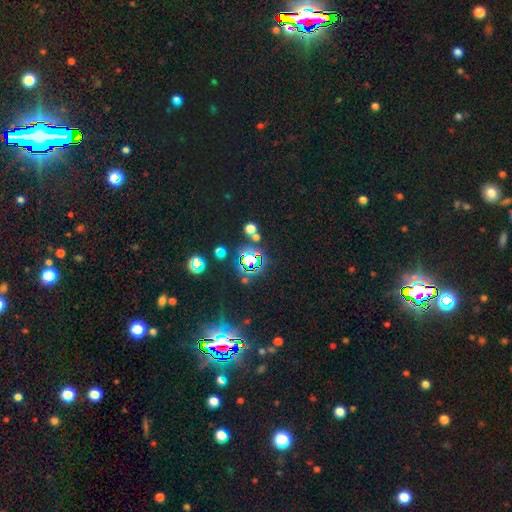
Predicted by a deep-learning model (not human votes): A star or artifact, not a galaxy (69%).